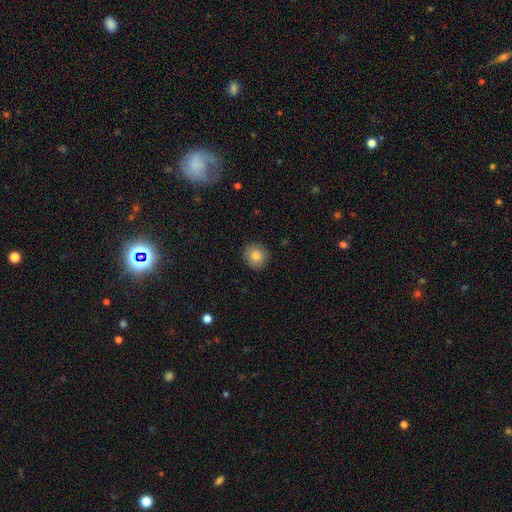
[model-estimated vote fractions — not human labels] Q: Smooth or featured?
A: smooth (83%); runner-up: star or artifact (9%)
Q: How rounded?
A: round (90%); runner-up: in between (9%)
Q: Merging?
A: none (90%); runner-up: minor disturbance (7%)